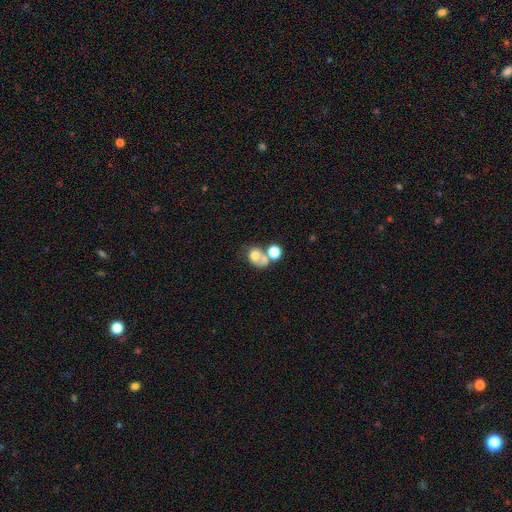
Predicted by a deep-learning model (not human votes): smooth 64%, featured or disk 23%, star or artifact 13%. Down the decision tree: how rounded — round (53%); merging — merger (55%).